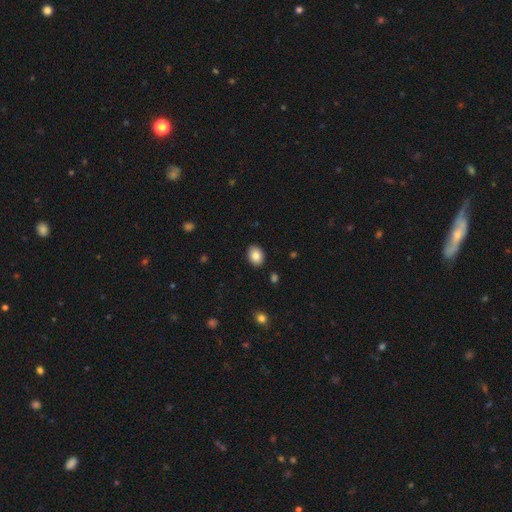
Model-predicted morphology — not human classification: smooth_or_featured: smooth (p=0.85) [alt: star or artifact p=0.08]
how_rounded: in between (p=0.74) [alt: round p=0.25]
merging: none (p=0.89) [alt: minor disturbance p=0.08]